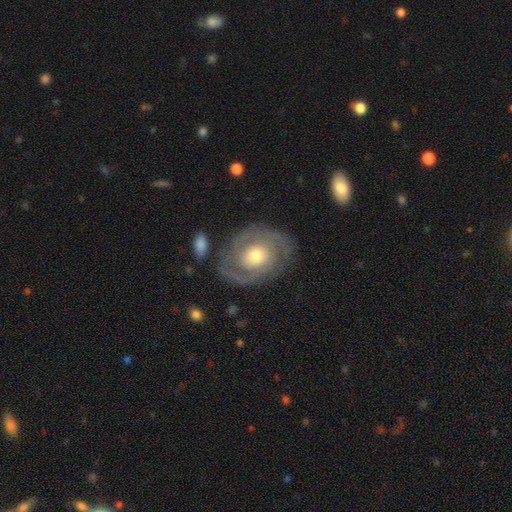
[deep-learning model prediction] Smooth or featured?
  - featured or disk: 82% *
  - smooth: 13%
  - star or artifact: 5%
Edge-on disk?
  - no: 97% *
  - yes: 3%
Bar?
  - no: 76% *
  - weak: 19%
  - strong: 5%
Spiral arms?
  - yes: 89% *
  - no: 11%
Spiral winding?
  - tight: 63% *
  - medium: 29%
  - loose: 8%
Spiral arm count?
  - 2: 68% *
  - can't tell: 16%
  - 3: 7%
  - 1: 4%
  - 4: 3%
  - more than 4: 3%
Bulge size?
  - moderate: 62% *
  - small: 27%
  - large: 8%
  - dominant: 1%
  - none: 1%
Merging?
  - none: 79% *
  - minor disturbance: 13%
  - major disturbance: 6%
  - merger: 2%